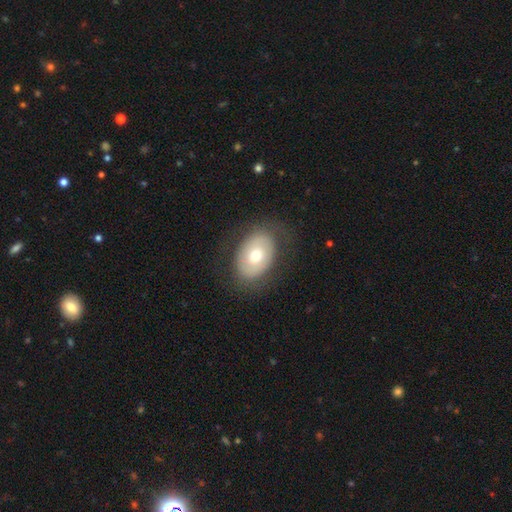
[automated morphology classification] Smooth or featured? Predicted: smooth (p=0.61). How rounded? Predicted: in between (p=0.77). Merging? Predicted: none (p=0.77).